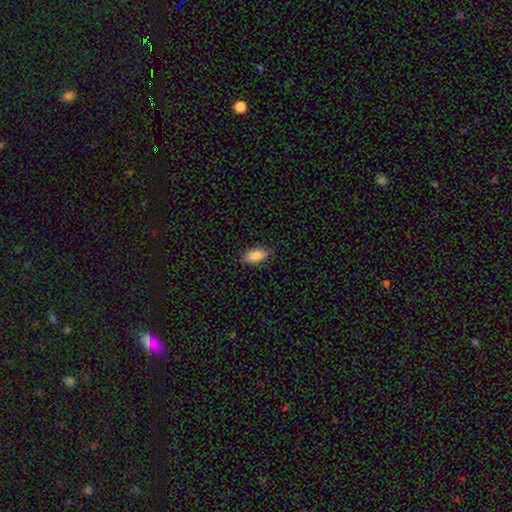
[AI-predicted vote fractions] Morphology: type=smooth (88%); roundness=in between (91%); merging=none (84%).